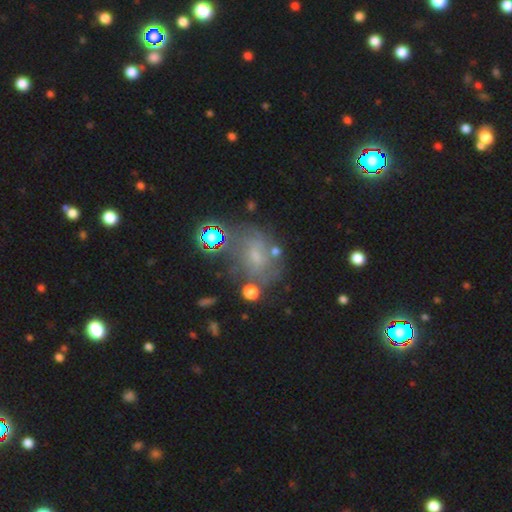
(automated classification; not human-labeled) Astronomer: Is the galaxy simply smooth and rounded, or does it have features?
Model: featured or disk — 40% (runner-up: smooth, 32%).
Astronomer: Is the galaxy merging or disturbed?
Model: none — 54%.